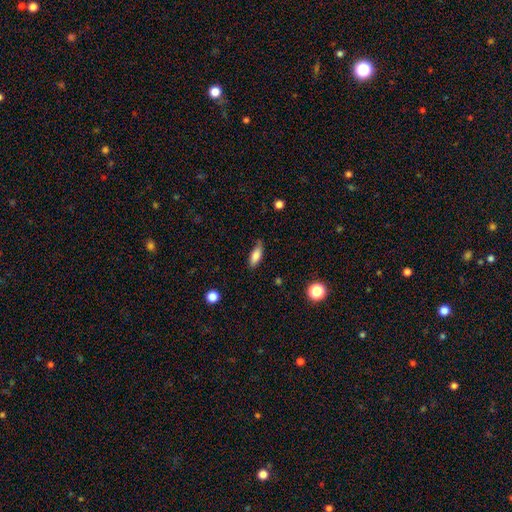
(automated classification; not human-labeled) Q: Smooth or featured?
A: smooth (79%); runner-up: featured or disk (13%)
Q: How rounded?
A: in between (73%); runner-up: cigar-shaped (25%)
Q: Merging?
A: none (71%); runner-up: minor disturbance (23%)